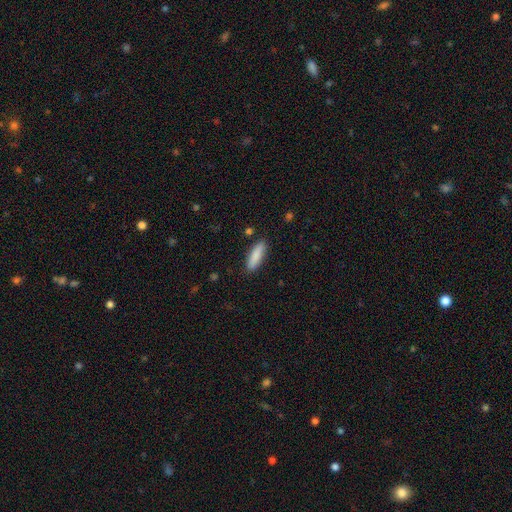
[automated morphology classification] The model was most divided on "how rounded": cigar-shaped: 55%, in between: 44%, round: 2%. More confident: merging — none (88%); smooth or featured — smooth (87%).